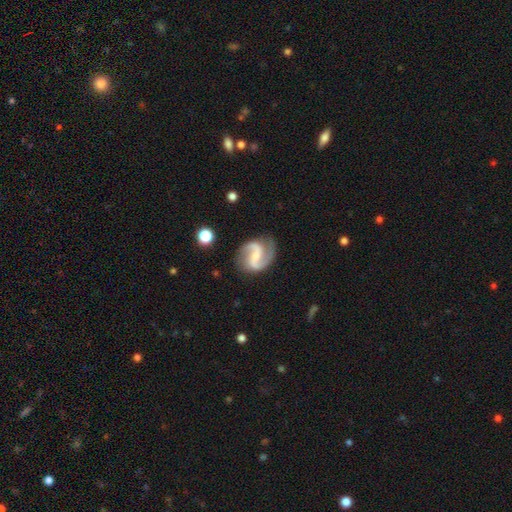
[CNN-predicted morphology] smooth_or_featured: featured or disk (p=0.89) [alt: smooth p=0.06]
disk_edge_on: no (p=0.98) [alt: yes p=0.02]
bar: weak (p=0.43) [alt: strong p=0.31]
has_spiral_arms: yes (p=0.97) [alt: no p=0.03]
spiral_winding: medium (p=0.48) [alt: loose p=0.39]
spiral_arm_count: 2 (p=0.93) [alt: 1 p=0.02]
bulge_size: small (p=0.55) [alt: moderate p=0.22]
merging: none (p=0.79) [alt: minor disturbance p=0.13]